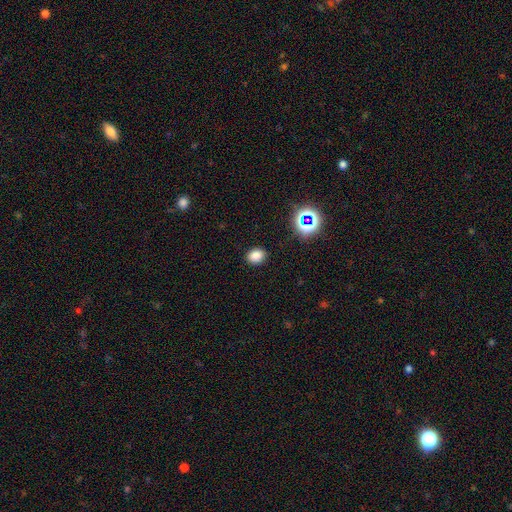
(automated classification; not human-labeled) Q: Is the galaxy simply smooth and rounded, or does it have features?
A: smooth — 79%.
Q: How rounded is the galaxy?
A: in between — 51%.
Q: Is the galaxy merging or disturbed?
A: none — 88%.